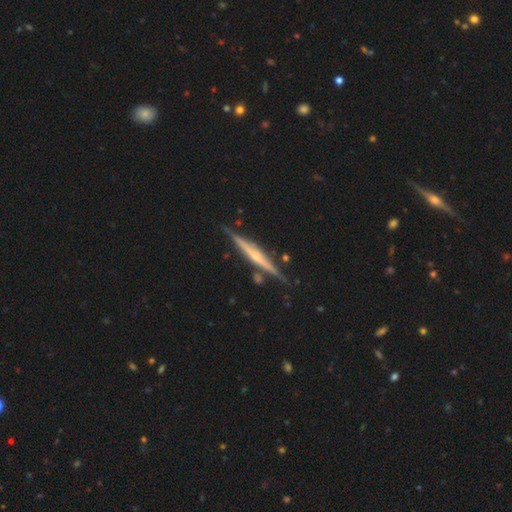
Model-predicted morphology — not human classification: A featured or disk galaxy (77%) viewed edge-on (98%) with a rounded central bulge (61%).

Vote fractions:
- Smooth or featured? featured or disk: 77% / smooth: 17% / star or artifact: 6%
- Edge-on disk? yes: 98% / no: 2%
- Edge-on bulge? rounded: 61% / none: 27% / boxy: 11%
- Merging? none: 83% / minor disturbance: 11% / merger: 4% / major disturbance: 2%